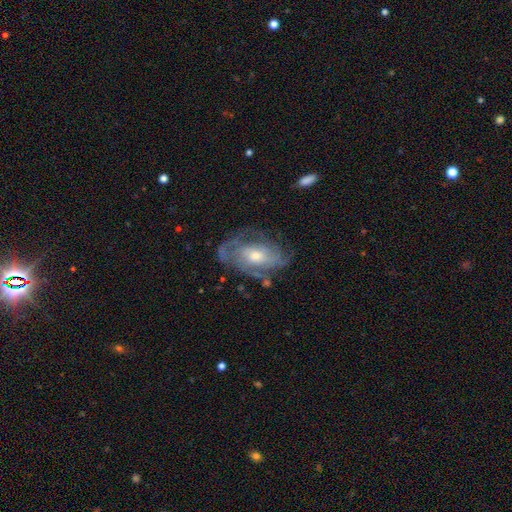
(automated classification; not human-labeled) Overall: featured or disk (79%). Edge-on disk: no (95%). Bar: no (70%). Spiral arms: yes (84%). Spiral arm count: can't tell (41%; 2 25%). Spiral winding: tight (49%; medium 37%). Bulge size: moderate (59%; small 32%). Merging: none (62%; minor disturbance 22%).